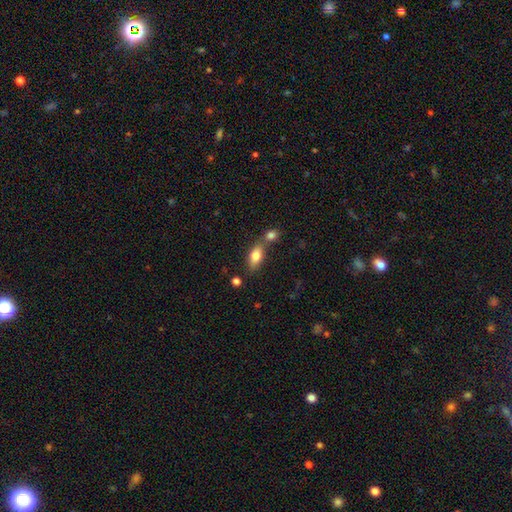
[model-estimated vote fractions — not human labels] Overall: smooth (78%). How rounded: in between (84%). Merging: none (49%; merger 36%).